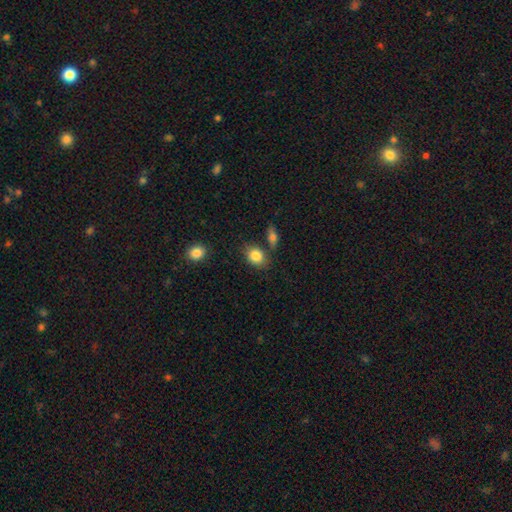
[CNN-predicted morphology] A smooth galaxy with no disk features (85%) that is in between round and cigar-shaped (56%). Merging: none (68%).